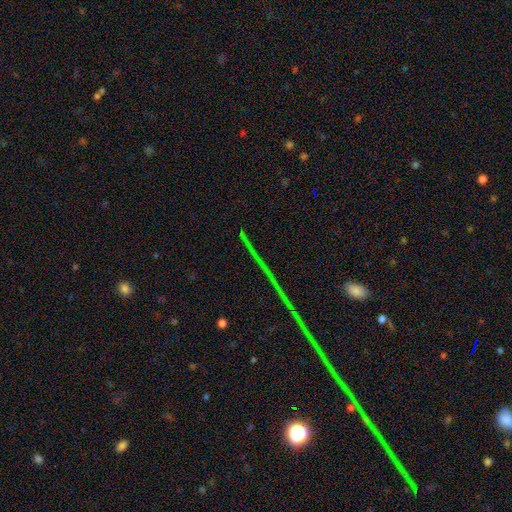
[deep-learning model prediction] star or artifact 83%, featured or disk 9%, smooth 8%.